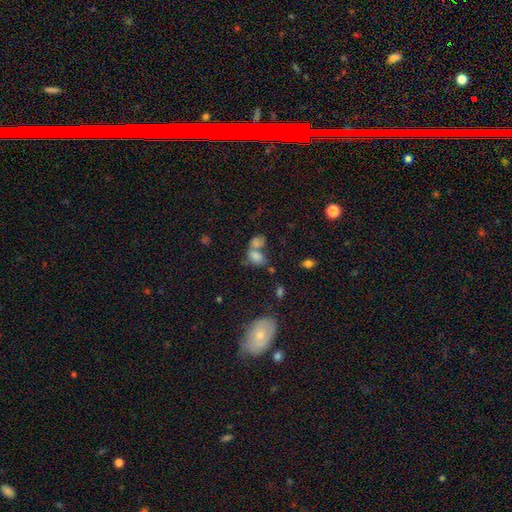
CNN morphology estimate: smooth_or_featured: smooth (p=0.72) [alt: star or artifact p=0.14]
how_rounded: in between (p=0.74) [alt: round p=0.24]
merging: merger (p=0.53) [alt: none p=0.28]